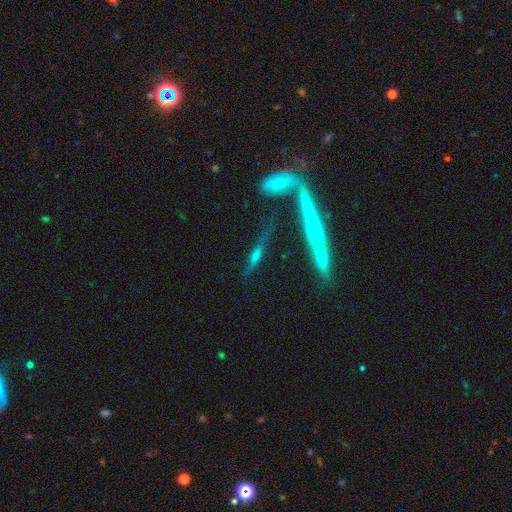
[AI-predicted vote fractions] This is possibly a featured or disk galaxy (51%). It is clearly viewed edge-on (81%). Merging: possibly none (60%).